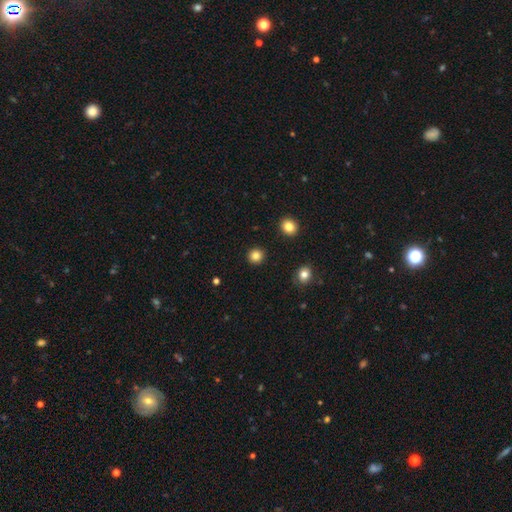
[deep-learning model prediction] This is clearly a smooth galaxy (84%). How rounded: clearly round (92%). Merging: clearly none (92%).